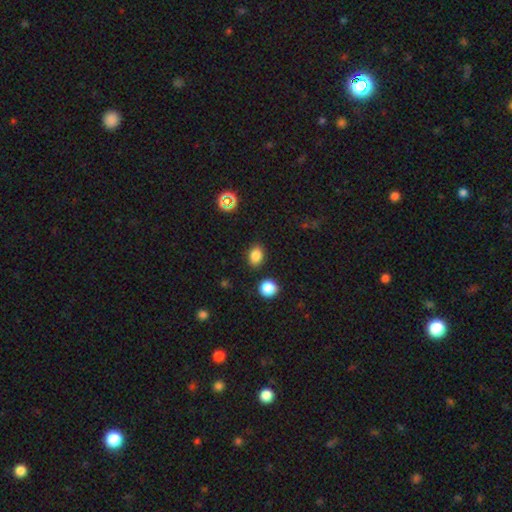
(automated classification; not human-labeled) This appears to be a smooth galaxy with no disk features (83%) that is in between round and cigar-shaped (67%). Merging: none (84%).